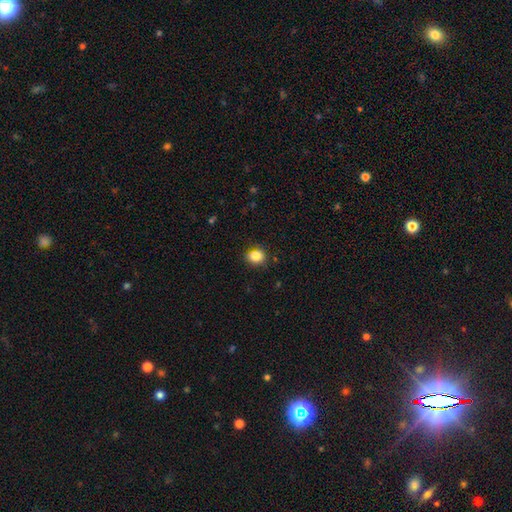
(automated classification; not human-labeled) A smooth galaxy with no disk features (85%) that is round (65%).

Vote fractions:
- Smooth or featured? smooth: 85% / star or artifact: 11% / featured or disk: 5%
- How rounded? round: 65% / in between: 34% / cigar-shaped: 1%
- Merging? none: 82% / minor disturbance: 14% / major disturbance: 3% / merger: 2%